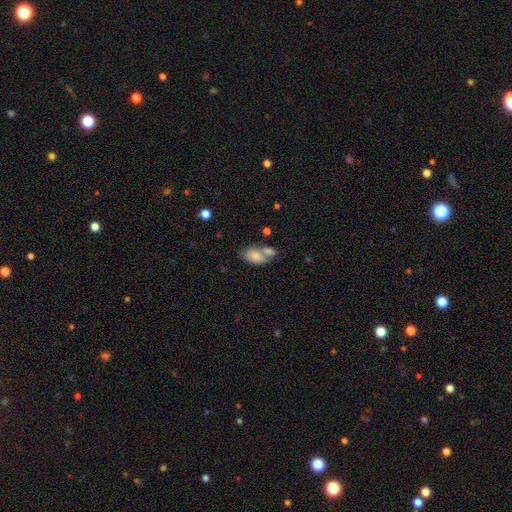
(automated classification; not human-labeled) Q: Smooth or featured?
A: smooth (81%); runner-up: featured or disk (12%)
Q: How rounded?
A: in between (90%); runner-up: round (8%)
Q: Merging?
A: merger (44%); runner-up: none (37%)